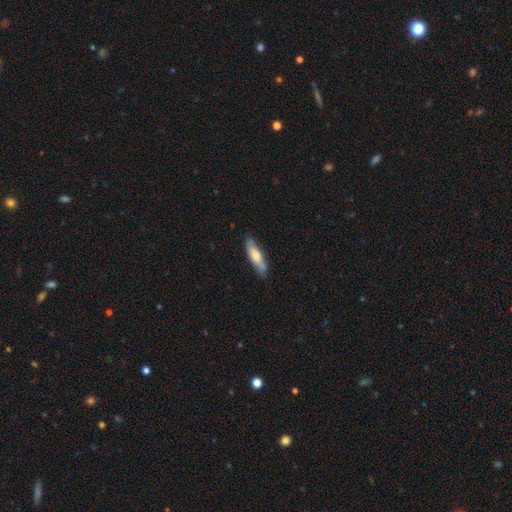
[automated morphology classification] smooth 59%, featured or disk 35%, star or artifact 6%. Down the decision tree: how rounded — cigar-shaped (71%); merging — none (83%).